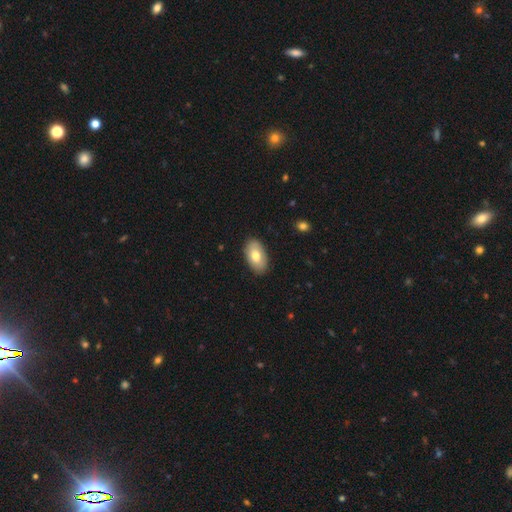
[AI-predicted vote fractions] Overall: smooth (74%). How rounded: in between (94%). Merging: none (87%).